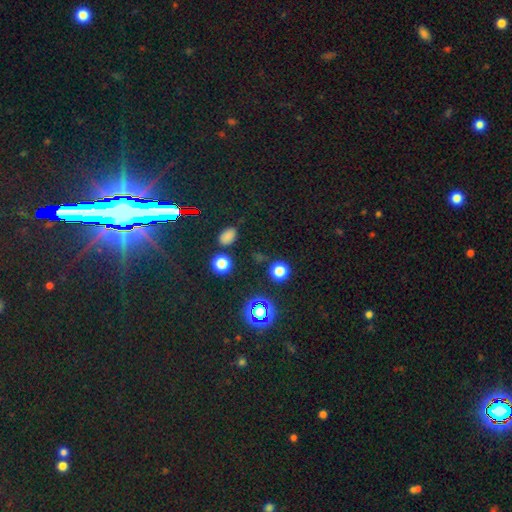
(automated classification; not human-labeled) Smooth or featured?
  - star or artifact: 79% *
  - featured or disk: 11%
  - smooth: 10%